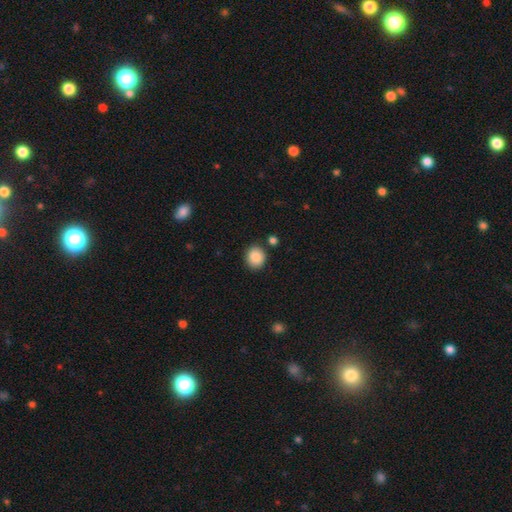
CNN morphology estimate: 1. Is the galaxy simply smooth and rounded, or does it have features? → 87% smooth, 8% star or artifact, 5% featured or disk.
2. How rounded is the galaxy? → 79% round, 20% in between, 1% cigar-shaped.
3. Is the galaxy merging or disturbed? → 86% none, 8% minor disturbance, 4% merger, 2% major disturbance.